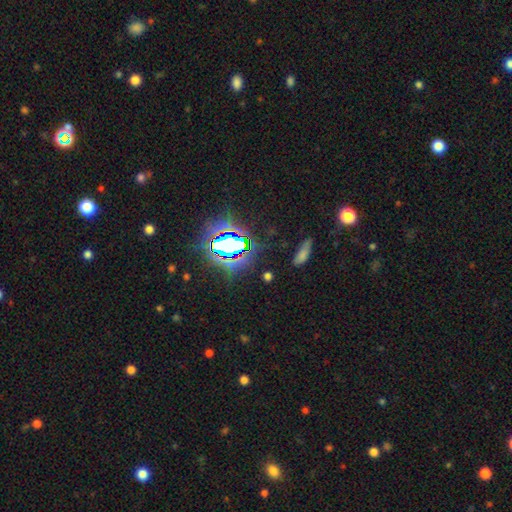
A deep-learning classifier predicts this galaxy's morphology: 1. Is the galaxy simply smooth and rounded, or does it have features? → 82% star or artifact, 11% smooth, 8% featured or disk.